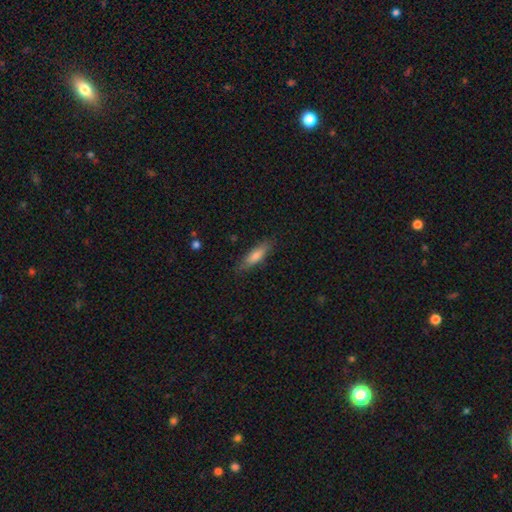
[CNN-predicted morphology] Smooth or featured? Predicted: smooth (p=0.73). How rounded? Predicted: cigar-shaped (p=0.64). Merging? Predicted: none (p=0.84).